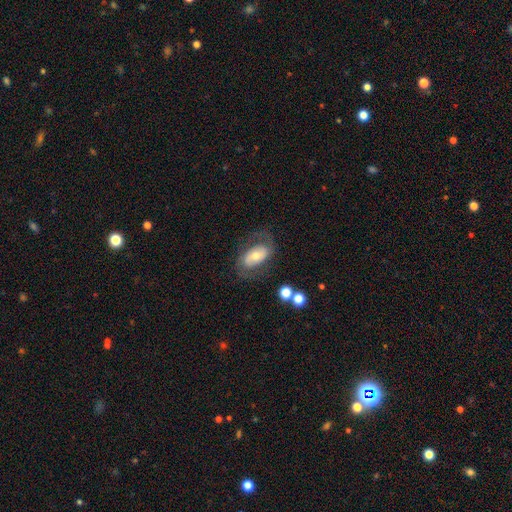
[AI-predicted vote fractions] smooth_or_featured: featured or disk (p=0.60) [alt: smooth p=0.32]
disk_edge_on: no (p=0.94) [alt: yes p=0.06]
bar: no (p=0.51) [alt: weak p=0.30]
has_spiral_arms: yes (p=0.75) [alt: no p=0.25]
bulge_size: moderate (p=0.55) [alt: small p=0.34]
merging: none (p=0.67) [alt: minor disturbance p=0.17]